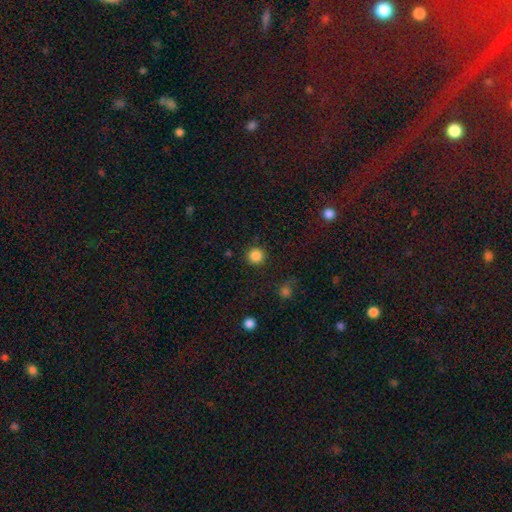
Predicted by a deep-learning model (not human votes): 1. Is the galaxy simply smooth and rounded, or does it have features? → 85% smooth, 11% star or artifact, 3% featured or disk.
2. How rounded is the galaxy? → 94% round, 5% in between, 1% cigar-shaped.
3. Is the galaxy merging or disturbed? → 90% none, 6% minor disturbance, 3% major disturbance, 2% merger.